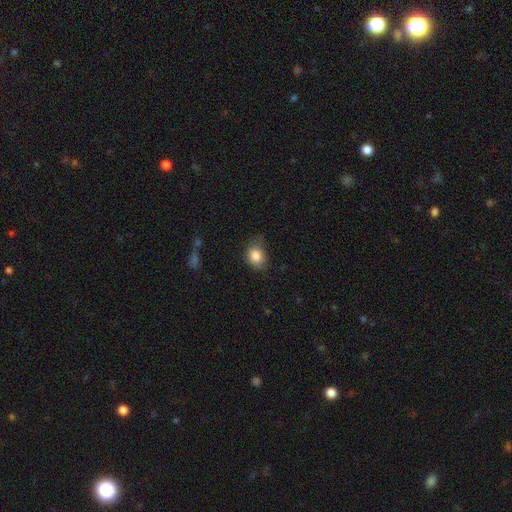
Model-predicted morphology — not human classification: A smooth galaxy with no disk features (84%) that is in between round and cigar-shaped (50%).

Vote fractions:
- Smooth or featured? smooth: 84% / star or artifact: 9% / featured or disk: 7%
- How rounded? in between: 50% / round: 48% / cigar-shaped: 1%
- Merging? none: 57% / minor disturbance: 32% / major disturbance: 9% / merger: 2%